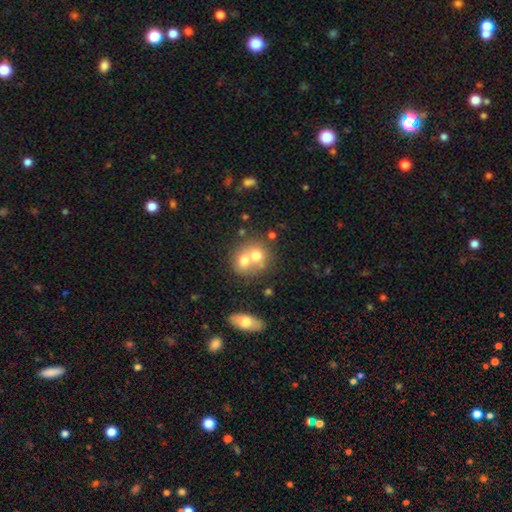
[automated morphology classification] Overall: smooth (64%; featured or disk 26%). How rounded: round (72%). Merging: merger (64%; none 26%).